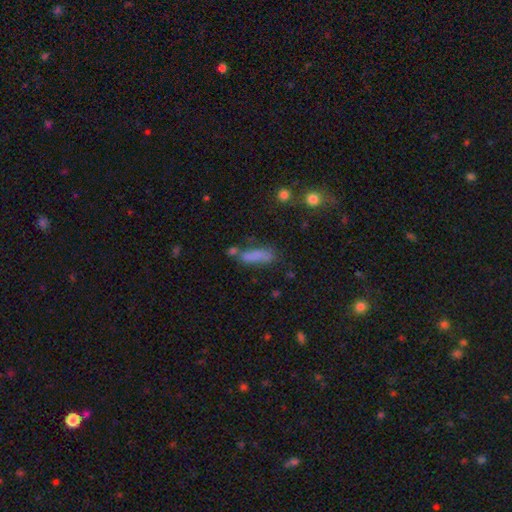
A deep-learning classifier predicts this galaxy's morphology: type=smooth (75%); roundness=cigar-shaped (51%); merging=none (47%).